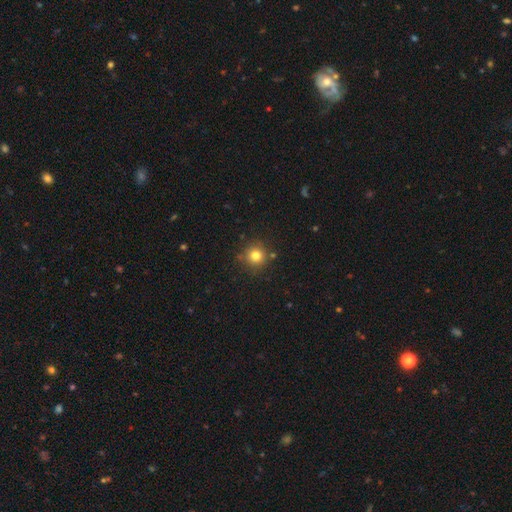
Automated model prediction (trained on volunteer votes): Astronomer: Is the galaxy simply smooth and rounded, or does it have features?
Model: smooth — 79%.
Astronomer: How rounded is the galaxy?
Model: round — 94%.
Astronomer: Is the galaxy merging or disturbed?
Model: none — 85%.